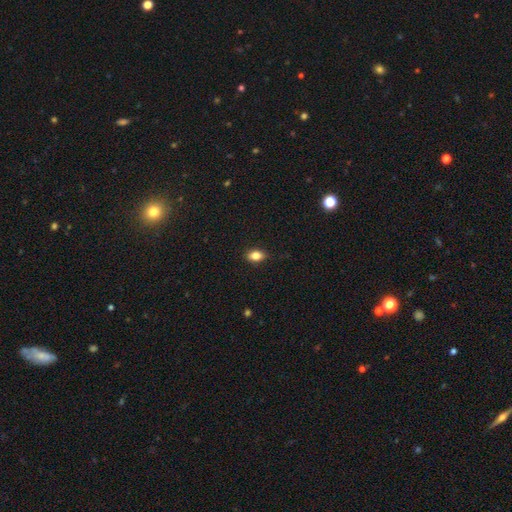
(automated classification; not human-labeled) Smooth or featured: smooth — 81% (featured or disk — 10%)
How rounded: in between — 81% (round — 15%)
Merging: none — 87% (minor disturbance — 10%)